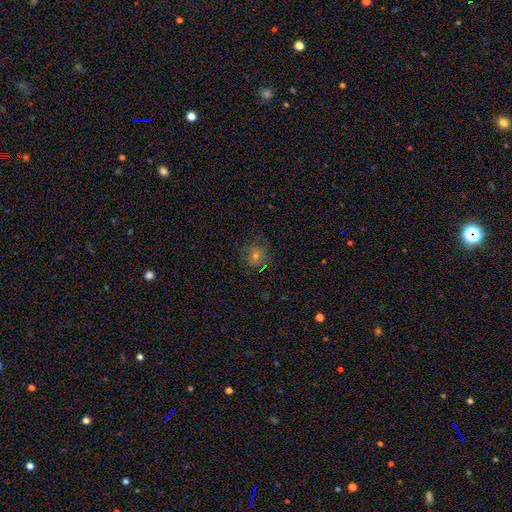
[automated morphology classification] Overall: smooth (48%; featured or disk 28%). Merging: none (80%).